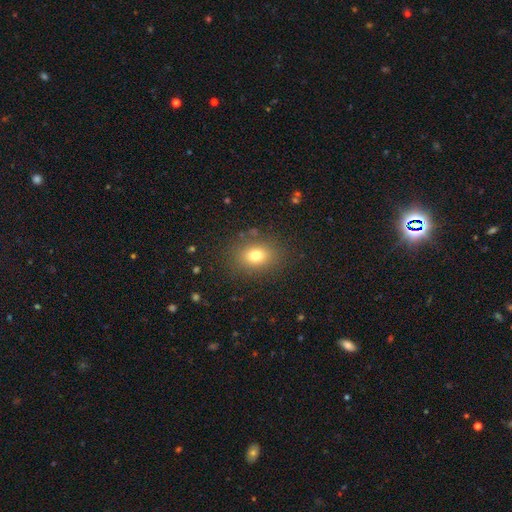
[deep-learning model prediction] smooth-or-featured: smooth: 75% | star or artifact: 14% | featured or disk: 11%
  how-rounded: in between: 57% | round: 42% | cigar-shaped: 1%
  merging: none: 84% | minor disturbance: 10% | major disturbance: 4% | merger: 2%